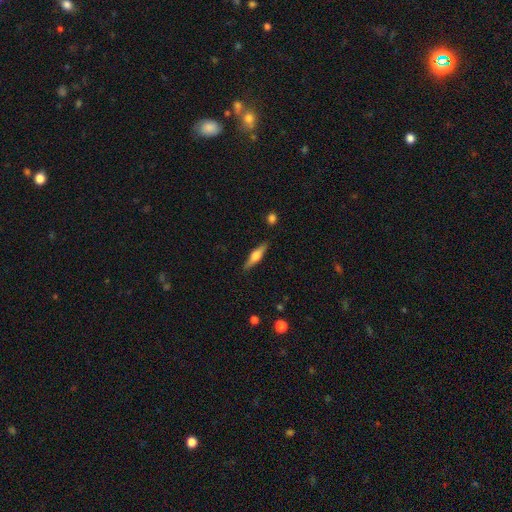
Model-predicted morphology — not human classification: smooth-or-featured: featured or disk: 57% | smooth: 37% | star or artifact: 6%
  disk-edge-on: yes: 96% | no: 4%
    edge-on-bulge: rounded: 91% | boxy: 6% | none: 3%
  merging: none: 88% | minor disturbance: 8% | major disturbance: 2% | merger: 2%